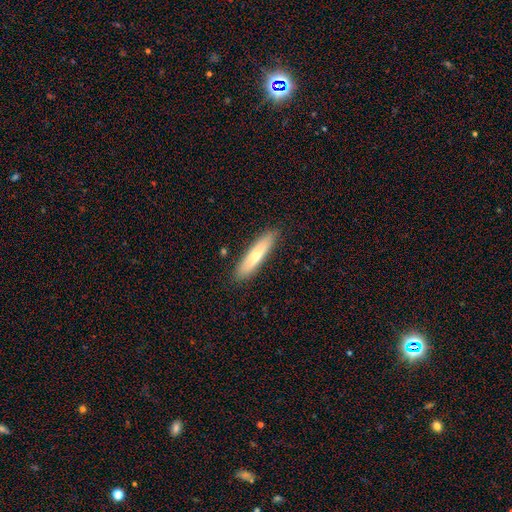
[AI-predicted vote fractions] smooth 58%, featured or disk 36%, star or artifact 6%. Down the decision tree: how rounded — cigar-shaped (80%); merging — none (89%).